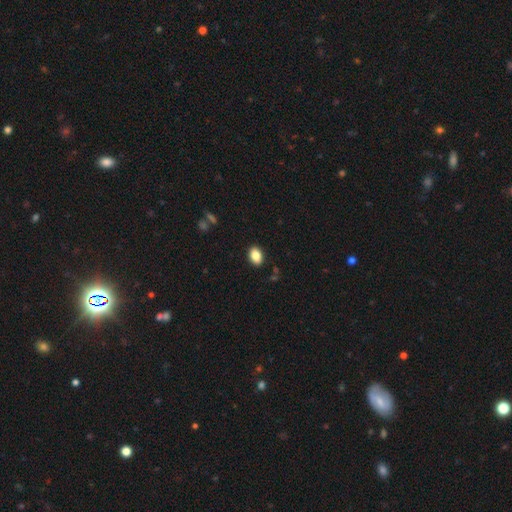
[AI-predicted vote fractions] Smooth or featured: smooth — 85% (star or artifact — 8%)
How rounded: in between — 82% (round — 16%)
Merging: none — 89% (minor disturbance — 8%)